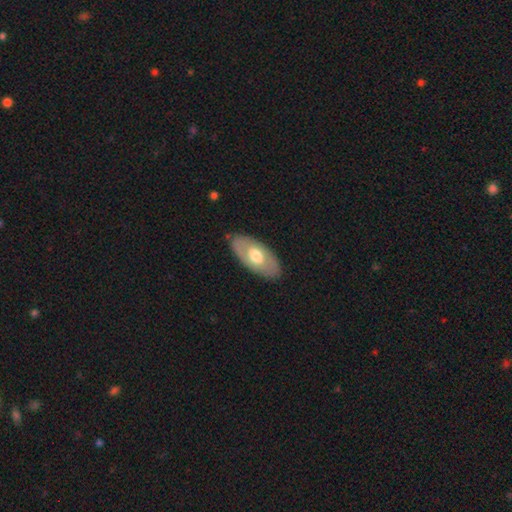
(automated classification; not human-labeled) smooth-or-featured: smooth: 50% | featured or disk: 45% | star or artifact: 5%
  how-rounded: in between: 92% | cigar-shaped: 4% | round: 4%
  merging: none: 84% | minor disturbance: 11% | major disturbance: 3% | merger: 1%